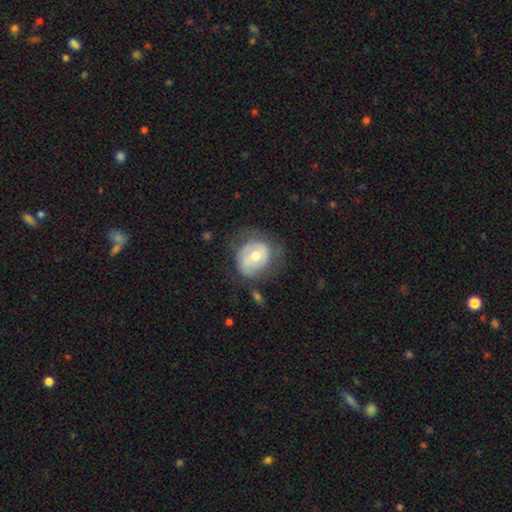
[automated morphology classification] A featured or disk galaxy (49%). Merging: none (51%).